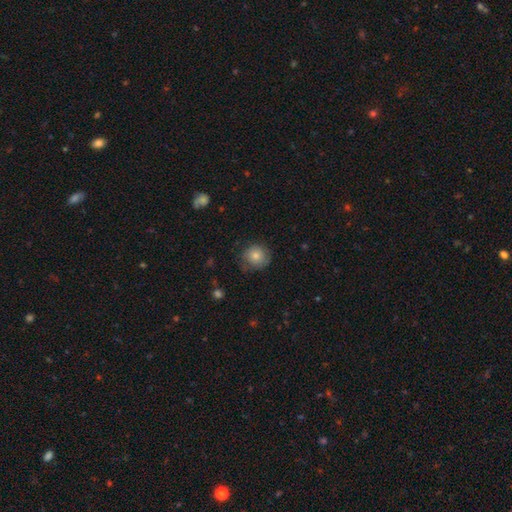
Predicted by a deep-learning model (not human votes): smooth_or_featured: smooth (p=0.78) [alt: featured or disk p=0.14]
how_rounded: round (p=0.90) [alt: in between p=0.09]
merging: none (p=0.71) [alt: minor disturbance p=0.21]